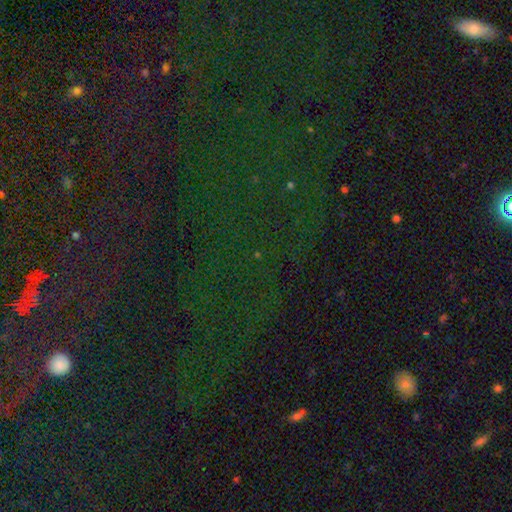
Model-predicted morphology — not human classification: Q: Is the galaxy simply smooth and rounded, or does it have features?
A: star or artifact — 81%.